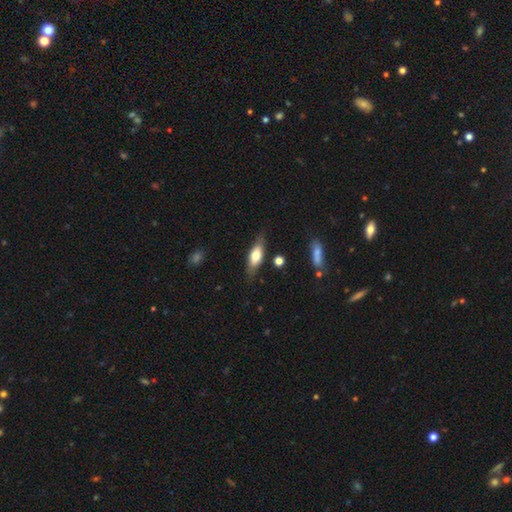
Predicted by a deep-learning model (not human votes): Q: Smooth or featured?
A: smooth (63%); runner-up: featured or disk (31%)
Q: How rounded?
A: in between (64%); runner-up: cigar-shaped (33%)
Q: Merging?
A: none (77%); runner-up: minor disturbance (17%)